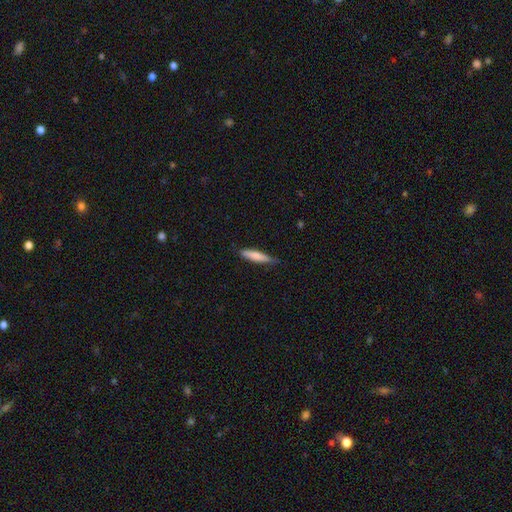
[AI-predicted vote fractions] A smooth galaxy with no disk features (74%) that is cigar-shaped (85%).

Vote fractions:
- Smooth or featured? smooth: 74% / featured or disk: 20% / star or artifact: 5%
- How rounded? cigar-shaped: 85% / in between: 13% / round: 1%
- Merging? none: 73% / minor disturbance: 23% / major disturbance: 3% / merger: 1%